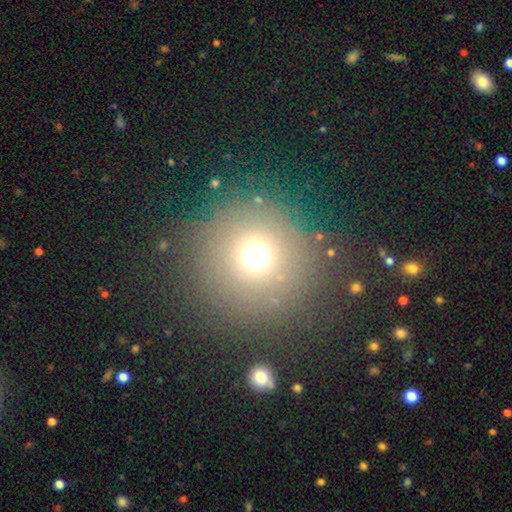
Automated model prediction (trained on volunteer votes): Smooth or featured? smooth (67%)
How rounded? round (94%)
Merging? none (82%)